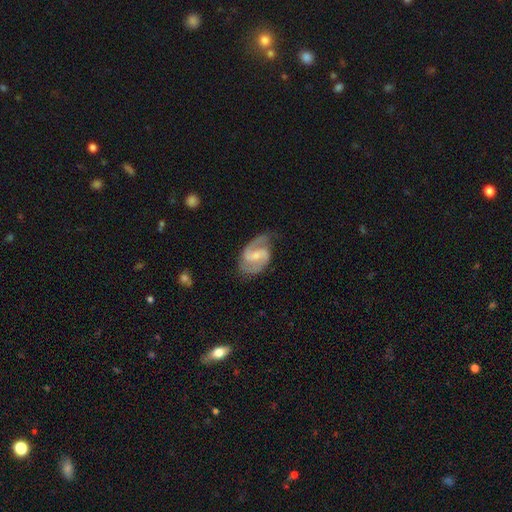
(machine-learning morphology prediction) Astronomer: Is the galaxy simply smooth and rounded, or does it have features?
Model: featured or disk — 89%.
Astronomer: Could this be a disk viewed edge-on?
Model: no — 98%.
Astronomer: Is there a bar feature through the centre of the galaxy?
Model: weak — 53%.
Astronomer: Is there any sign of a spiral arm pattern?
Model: yes — 97%.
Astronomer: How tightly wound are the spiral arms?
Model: medium — 59%.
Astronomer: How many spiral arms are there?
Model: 2 — 91%.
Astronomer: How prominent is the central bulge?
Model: small — 49% (runner-up: moderate, 38%).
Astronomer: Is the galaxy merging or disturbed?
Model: none — 69%.